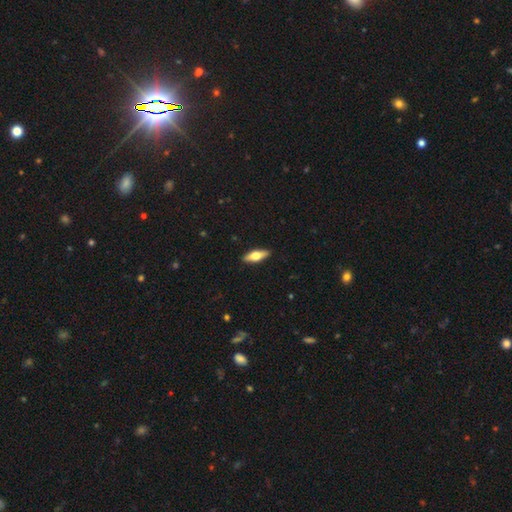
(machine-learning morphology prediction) Smooth or featured? Predicted: smooth (p=0.51). How rounded? Predicted: in between (p=0.57). Merging? Predicted: none (p=0.90).